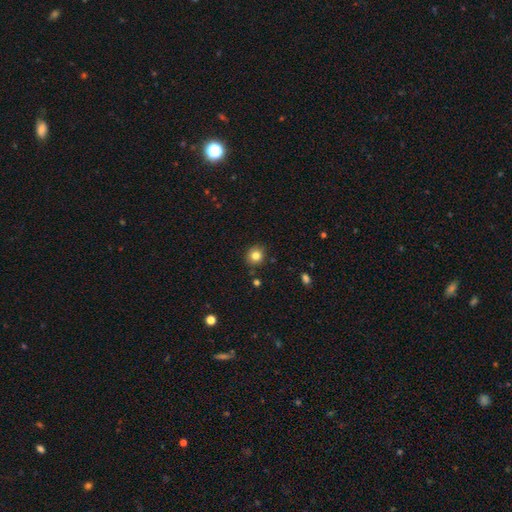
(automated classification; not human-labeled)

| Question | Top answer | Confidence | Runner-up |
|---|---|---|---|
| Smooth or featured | smooth | 82% | star or artifact (12%) |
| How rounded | round | 90% | in between (10%) |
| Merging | none | 88% | minor disturbance (8%) |